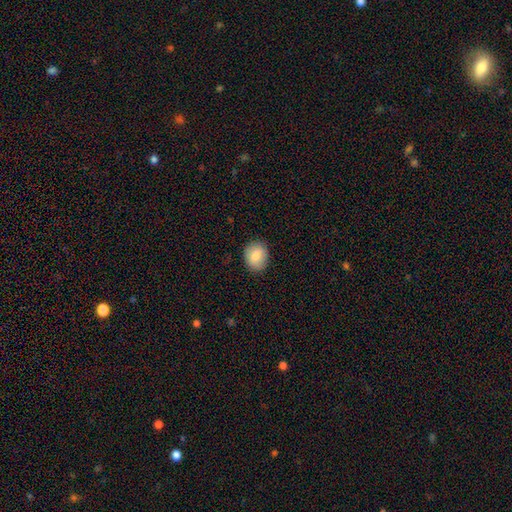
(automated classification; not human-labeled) smooth_or_featured: smooth (p=0.82) [alt: featured or disk p=0.10]
how_rounded: round (p=0.52) [alt: in between p=0.47]
merging: none (p=0.86) [alt: minor disturbance p=0.11]